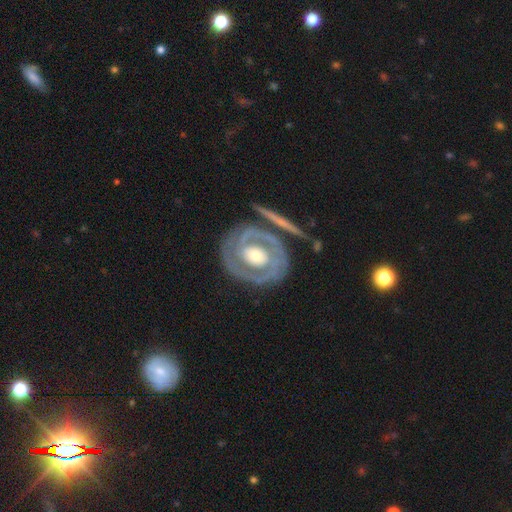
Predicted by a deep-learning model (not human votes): A featured or disk galaxy (84%) with no bar (61%), 2 (68%) tight (72%) spiral arms (87%) and a moderate central bulge (61%). Merging: none (76%).